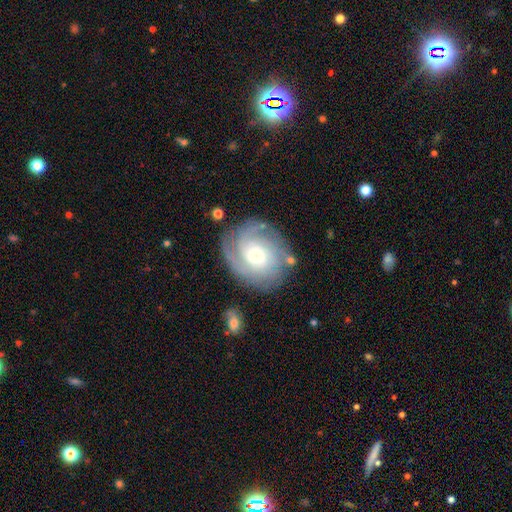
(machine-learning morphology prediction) This is likely a featured or disk galaxy (78%). It is clearly not viewed edge-on (97%). Bar: likely no (73%). Spiral arm pattern: clearly yes (93%). Spiral arm count: marginally can't tell (35%). Spiral winding: likely tight (67%). Central bulge: possibly small (46%). Merging: likely none (74%).